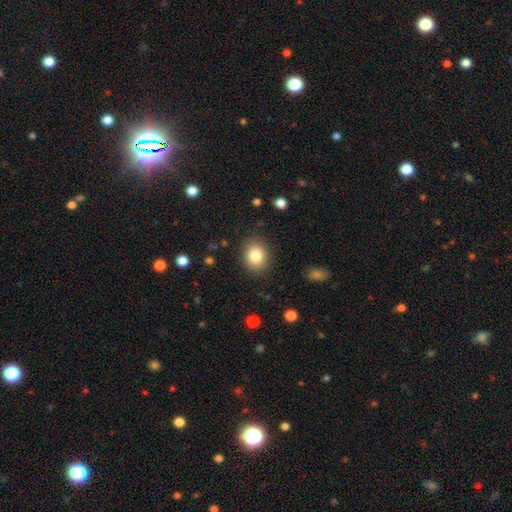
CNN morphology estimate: smooth-or-featured: smooth: 83% | star or artifact: 9% | featured or disk: 8%
  how-rounded: round: 55% | in between: 44% | cigar-shaped: 1%
  merging: none: 86% | minor disturbance: 9% | major disturbance: 3% | merger: 1%